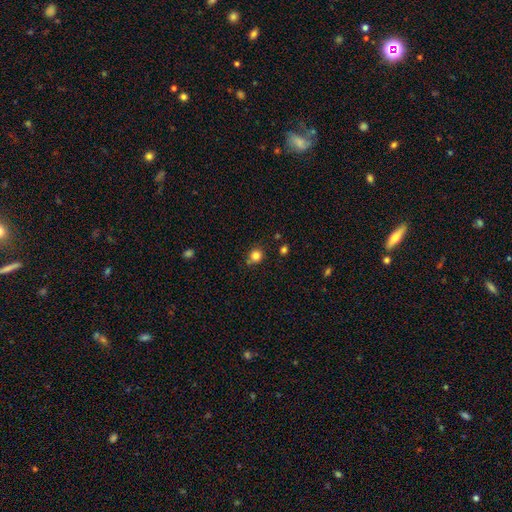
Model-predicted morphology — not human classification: A smooth galaxy with no disk features (82%) that is round (83%).

Vote fractions:
- Smooth or featured? smooth: 82% / star or artifact: 12% / featured or disk: 6%
- How rounded? round: 83% / in between: 16% / cigar-shaped: 1%
- Merging? none: 76% / minor disturbance: 15% / merger: 6% / major disturbance: 3%